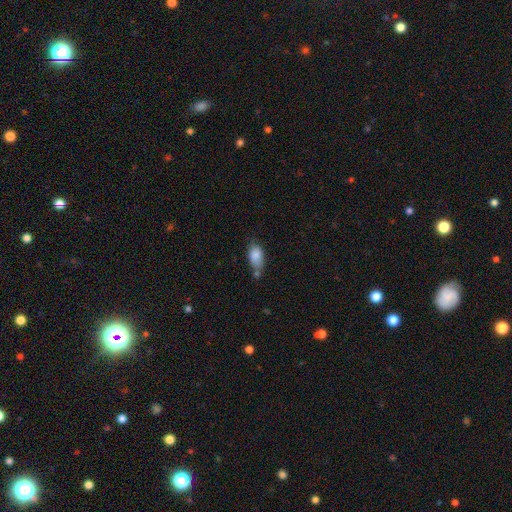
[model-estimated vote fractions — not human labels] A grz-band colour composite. It shows a smooth galaxy with no disk features (84%) that is in between round and cigar-shaped (89%). Merging: none (41%).